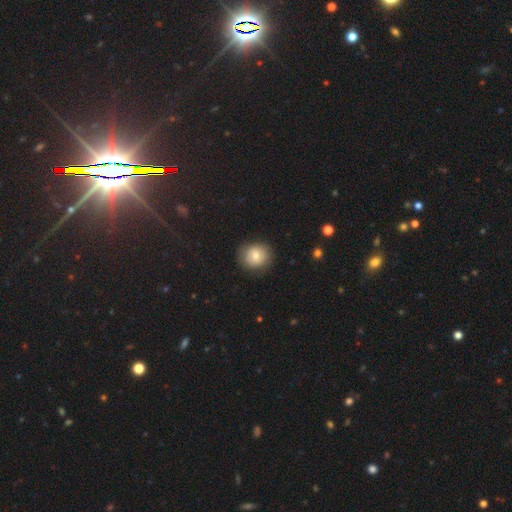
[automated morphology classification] Smooth or featured? smooth (71%)
How rounded? round (79%)
Merging? none (82%)